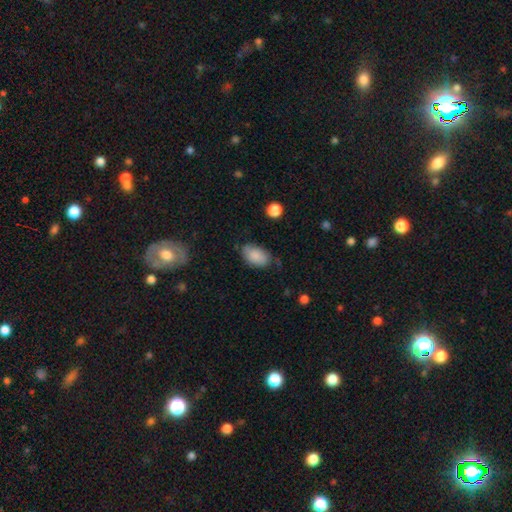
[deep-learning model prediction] The model was most divided on "merging": none: 69%, minor disturbance: 24%, major disturbance: 5%, merger: 2%. More confident: how rounded — in between (92%); smooth or featured — smooth (84%).